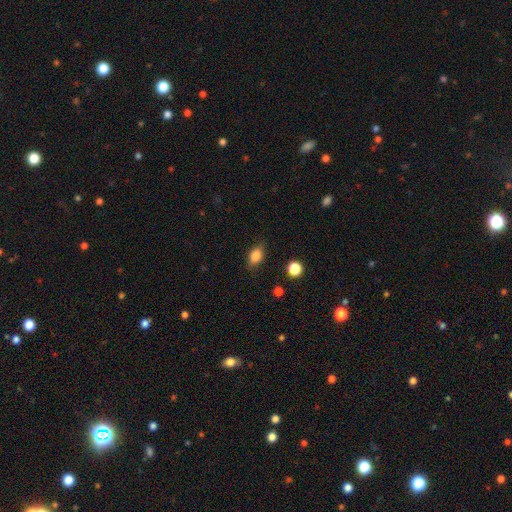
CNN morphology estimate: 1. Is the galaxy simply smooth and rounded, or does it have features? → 83% smooth, 9% star or artifact, 8% featured or disk.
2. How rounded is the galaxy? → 82% in between, 13% round, 4% cigar-shaped.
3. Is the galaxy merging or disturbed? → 82% none, 13% minor disturbance, 3% major disturbance, 1% merger.